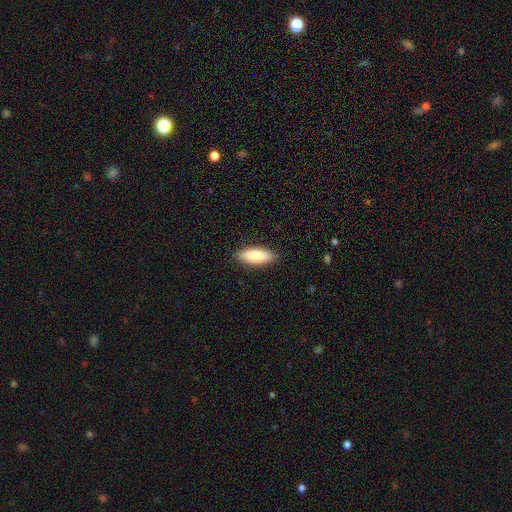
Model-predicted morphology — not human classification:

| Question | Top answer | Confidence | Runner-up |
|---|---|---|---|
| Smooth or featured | smooth | 83% | featured or disk (11%) |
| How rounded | in between | 73% | cigar-shaped (25%) |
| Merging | none | 88% | minor disturbance (9%) |